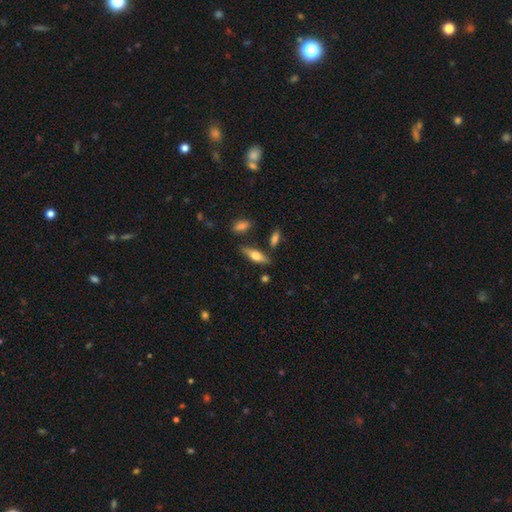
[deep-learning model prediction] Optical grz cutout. It shows a smooth galaxy with no disk features (50%). Merging: none (80%).